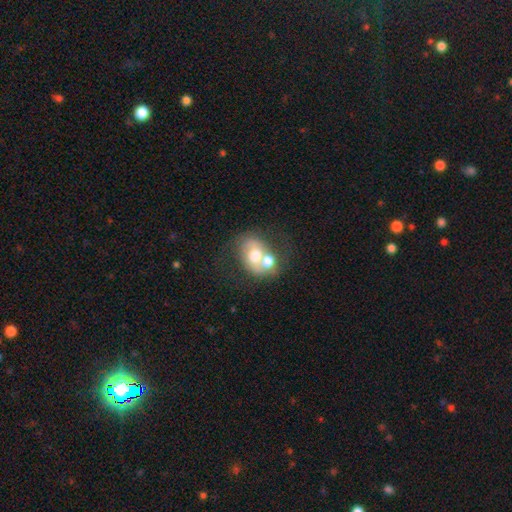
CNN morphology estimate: Smooth or featured? smooth (52%)
How rounded? in between (54%)
Merging? merger (50%)